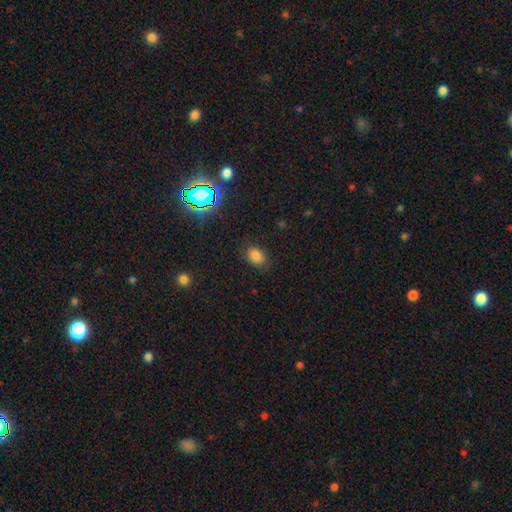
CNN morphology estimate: type=smooth (79%); roundness=in between (73%); merging=none (81%).